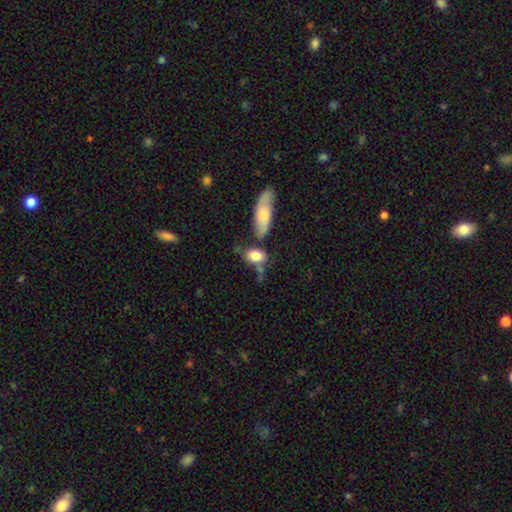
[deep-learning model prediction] Morphology: type=smooth (80%); roundness=in between (81%); merging=none (48%).